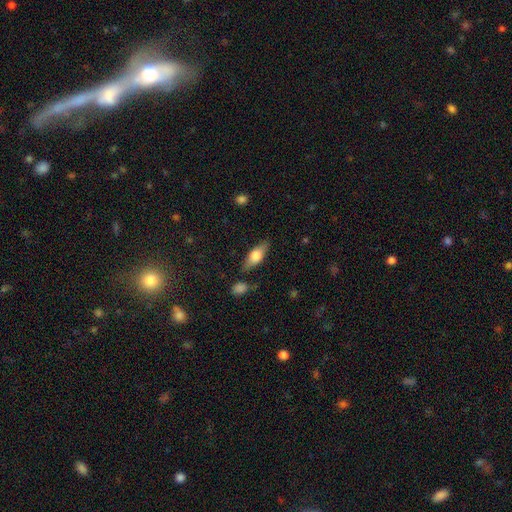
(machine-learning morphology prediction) Smooth or featured?
  - smooth: 57% *
  - featured or disk: 36%
  - star or artifact: 7%
How rounded?
  - in between: 68% *
  - cigar-shaped: 29%
  - round: 4%
Merging?
  - none: 79% *
  - minor disturbance: 14%
  - major disturbance: 4%
  - merger: 4%